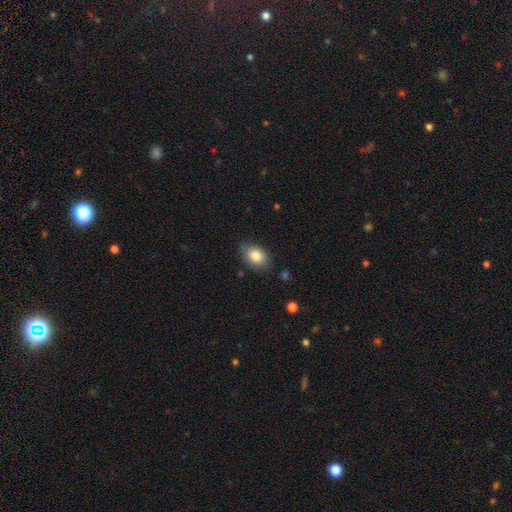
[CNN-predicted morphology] smooth-or-featured: smooth: 83% | featured or disk: 9% | star or artifact: 8%
  how-rounded: in between: 78% | round: 21% | cigar-shaped: 1%
  merging: none: 74% | minor disturbance: 21% | major disturbance: 4% | merger: 2%